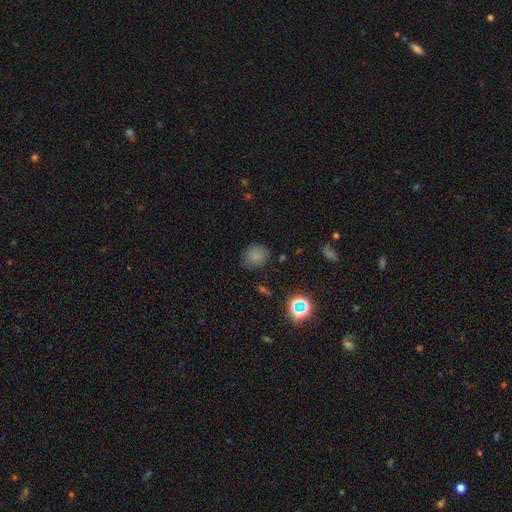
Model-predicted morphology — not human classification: This appears to be a smooth galaxy with no disk features (77%) that is round (60%). Merging: none (77%).